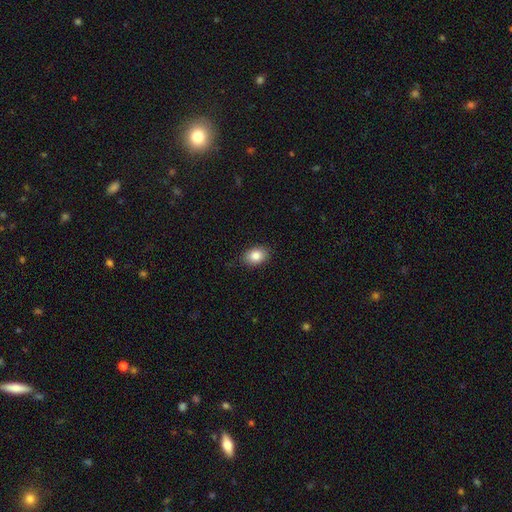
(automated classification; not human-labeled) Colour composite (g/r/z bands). It shows a smooth galaxy with no disk features (85%) that is in between round and cigar-shaped (79%). Merging: none (87%).